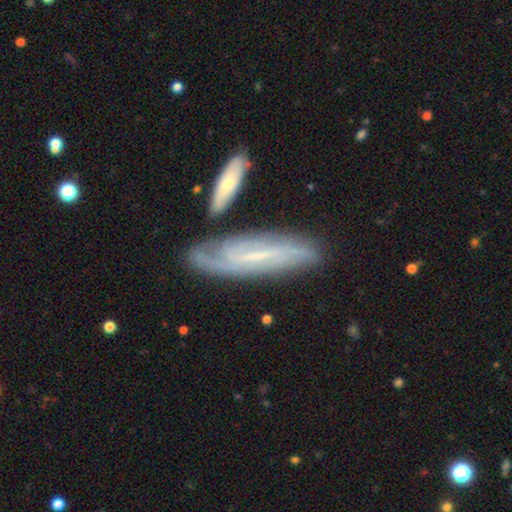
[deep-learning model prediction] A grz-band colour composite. It shows a featured or disk galaxy (73%) with a weak bar (44%), spiral arms (90%) and a small central bulge (70%). Merging: none (64%).